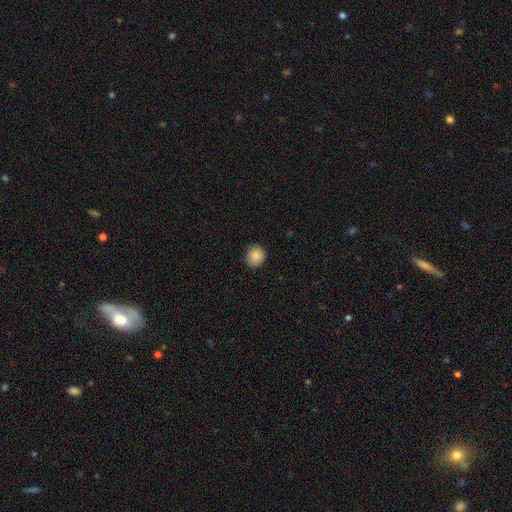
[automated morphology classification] Smooth or featured? smooth (87%)
How rounded? round (89%)
Merging? none (86%)